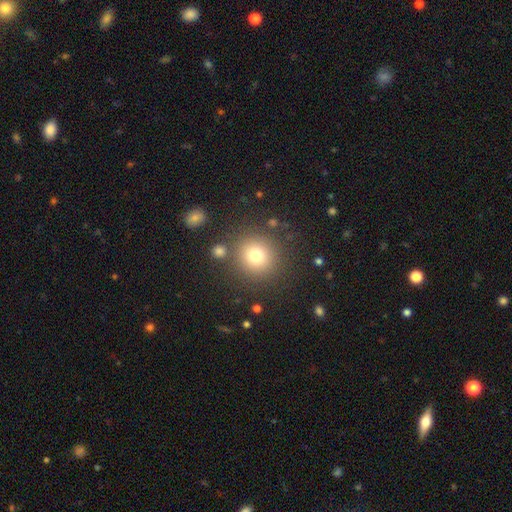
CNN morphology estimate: This appears to be a smooth galaxy with no disk features (76%) that is round (92%). Merging: none (84%).